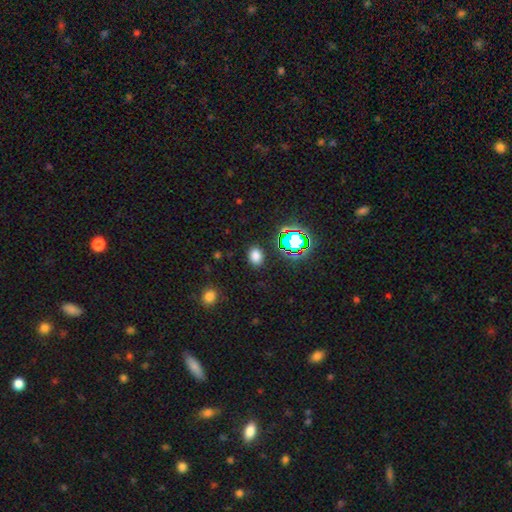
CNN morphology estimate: This is likely a smooth galaxy (72%). How rounded: likely in between (69%). Merging: clearly none (86%).